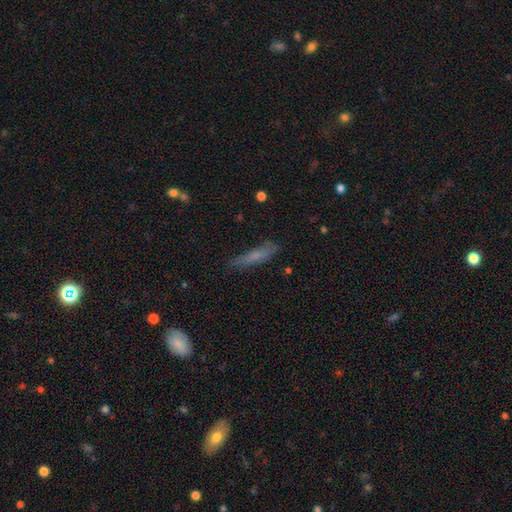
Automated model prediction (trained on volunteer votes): Overall: smooth (64%; featured or disk 27%). How rounded: cigar-shaped (86%). Merging: none (78%).